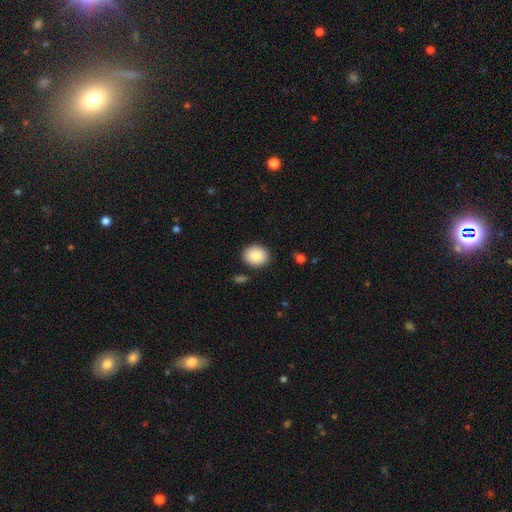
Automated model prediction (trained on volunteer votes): This is clearly a smooth galaxy (85%). How rounded: likely round (64%). Merging: clearly none (88%).